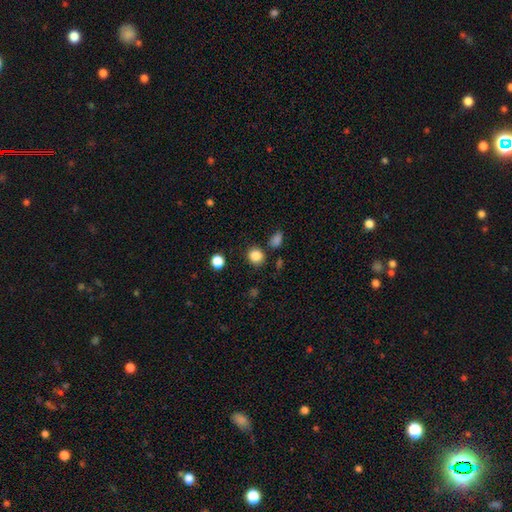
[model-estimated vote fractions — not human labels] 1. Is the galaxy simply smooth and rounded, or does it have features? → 85% smooth, 11% star or artifact, 4% featured or disk.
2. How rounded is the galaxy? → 85% round, 15% in between, 1% cigar-shaped.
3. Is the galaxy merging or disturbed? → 83% none, 9% minor disturbance, 5% merger, 3% major disturbance.